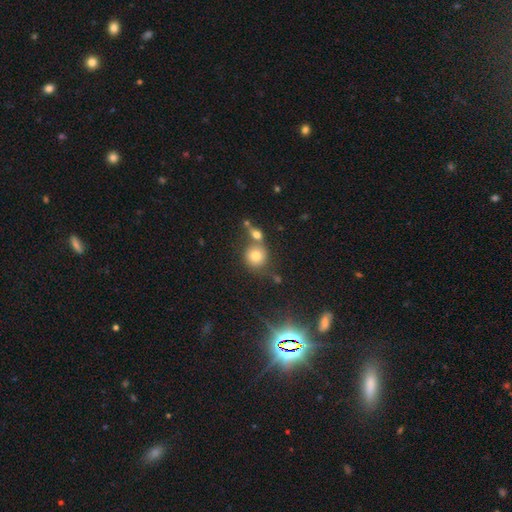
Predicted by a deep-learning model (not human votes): A smooth galaxy with no disk features (74%) that is round (87%). Merging: none (54%).